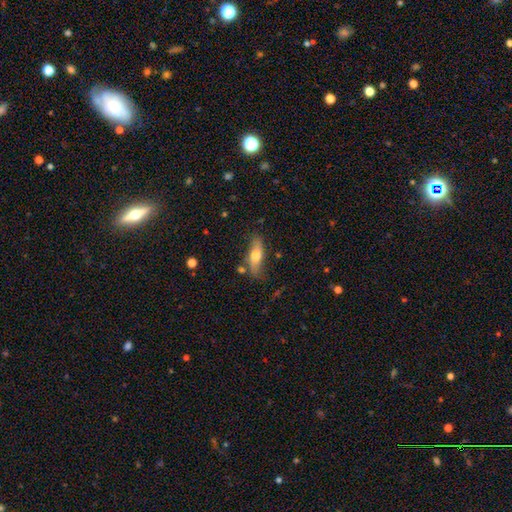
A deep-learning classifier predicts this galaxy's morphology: type=smooth (61%); roundness=in between (60%); merging=none (69%).